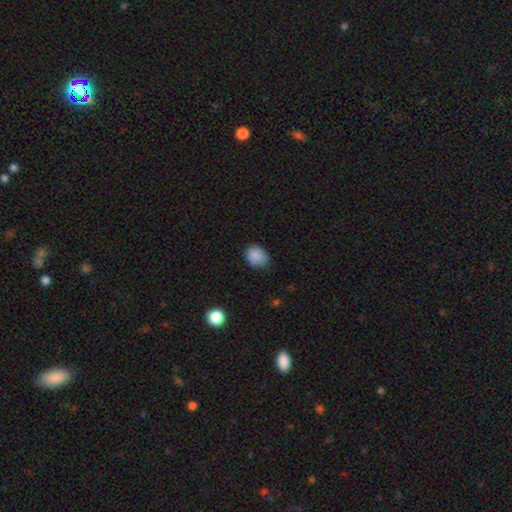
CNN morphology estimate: Q: Smooth or featured?
A: smooth (87%); runner-up: star or artifact (9%)
Q: How rounded?
A: round (57%); runner-up: in between (42%)
Q: Merging?
A: none (75%); runner-up: minor disturbance (20%)